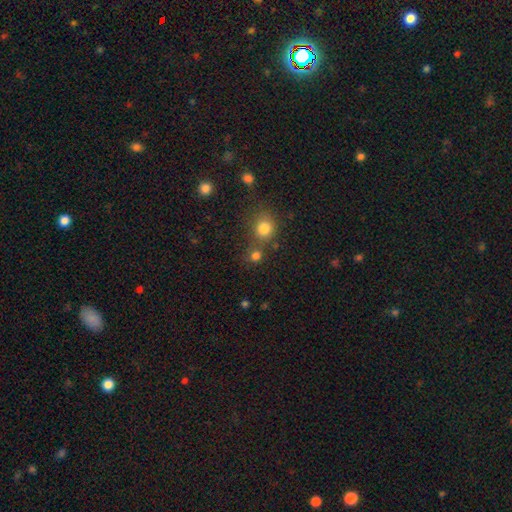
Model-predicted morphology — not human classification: A smooth galaxy with no disk features (77%) that is round (84%). Merging: none (61%).